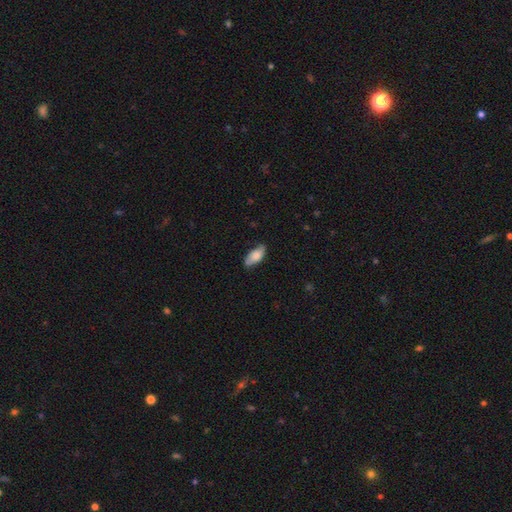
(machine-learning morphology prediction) smooth-or-featured: smooth: 75% | featured or disk: 19% | star or artifact: 6%
  how-rounded: in between: 85% | cigar-shaped: 12% | round: 3%
  merging: none: 76% | minor disturbance: 20% | major disturbance: 3% | merger: 1%